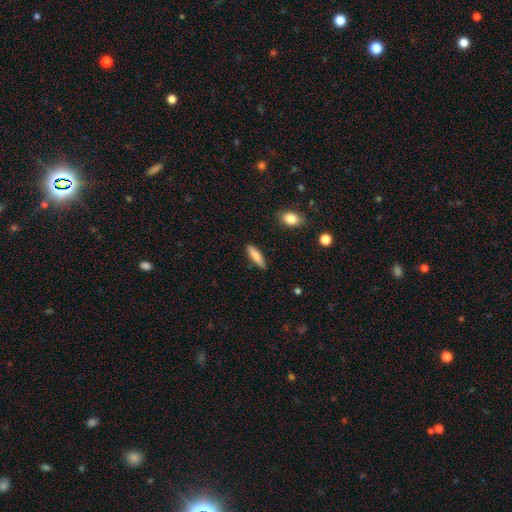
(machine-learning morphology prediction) type=smooth (78%); roundness=cigar-shaped (64%); merging=none (86%).